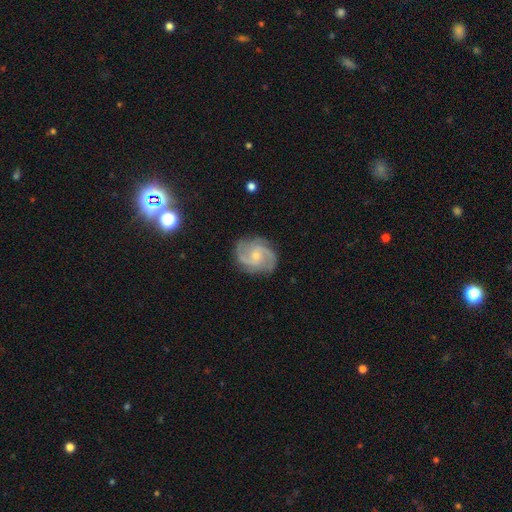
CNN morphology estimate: Smooth or featured: featured or disk — 88% (smooth — 7%)
Edge-on disk: no — 98% (yes — 2%)
Bar: no — 59% (weak — 35%)
Spiral arms: yes — 98% (no — 2%)
Spiral winding: medium — 57% (tight — 27%)
Spiral arm count: 2 — 68% (3 — 18%)
Bulge size: small — 67% (moderate — 29%)
Merging: none — 81% (minor disturbance — 14%)